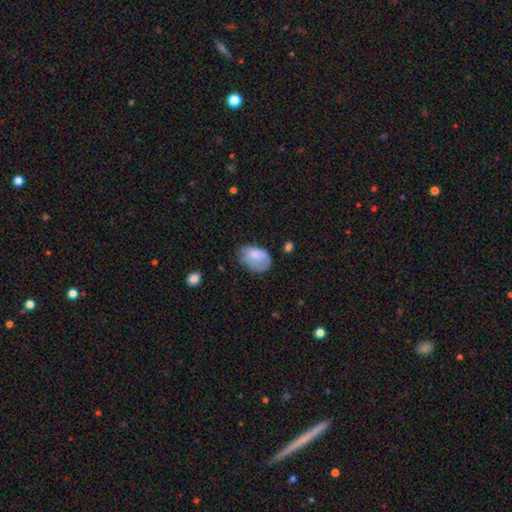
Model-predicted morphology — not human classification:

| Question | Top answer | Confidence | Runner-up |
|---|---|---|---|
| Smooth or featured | smooth | 75% | featured or disk (17%) |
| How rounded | in between | 83% | round (16%) |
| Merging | none | 48% | minor disturbance (35%) |